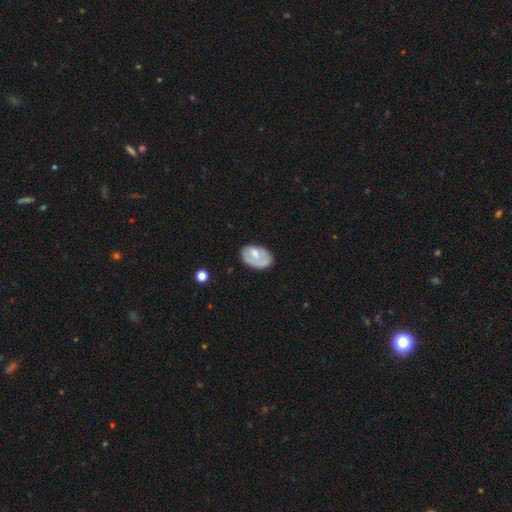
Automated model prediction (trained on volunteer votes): This is possibly a smooth galaxy (53%). How rounded: clearly in between (87%). Merging: possibly none (55%).